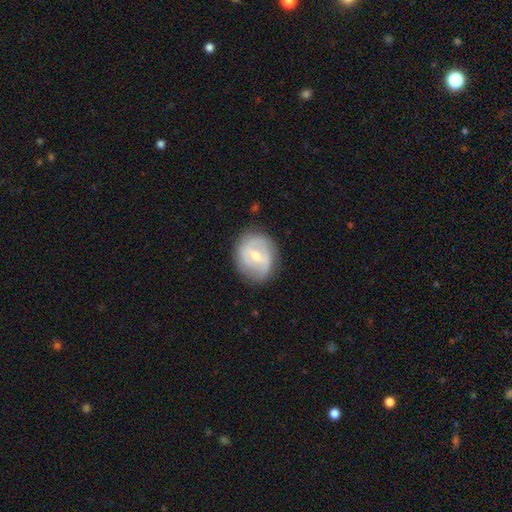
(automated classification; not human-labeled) Smooth or featured? featured or disk (65%)
Edge-on disk? no (96%)
Bar? weak (53%)
Spiral arms? yes (68%)
Bulge size? moderate (58%)
Merging? none (77%)